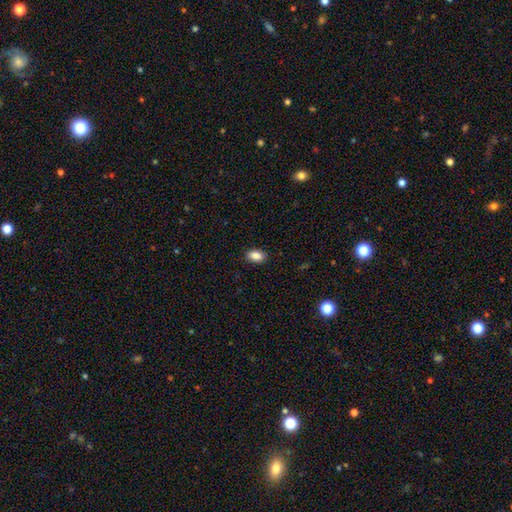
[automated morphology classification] Smooth or featured? Predicted: smooth (p=0.87). How rounded? Predicted: in between (p=0.89). Merging? Predicted: none (p=0.89).